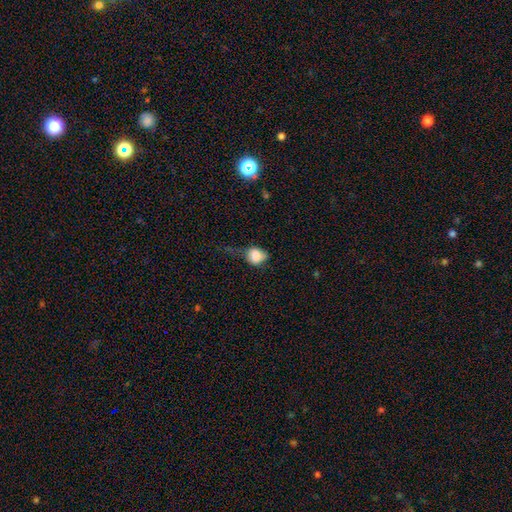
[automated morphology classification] smooth_or_featured: smooth (p=0.75) [alt: featured or disk p=0.15]
how_rounded: round (p=0.54) [alt: in between p=0.45]
merging: none (p=0.36) [tied with: minor disturbance p=0.36]